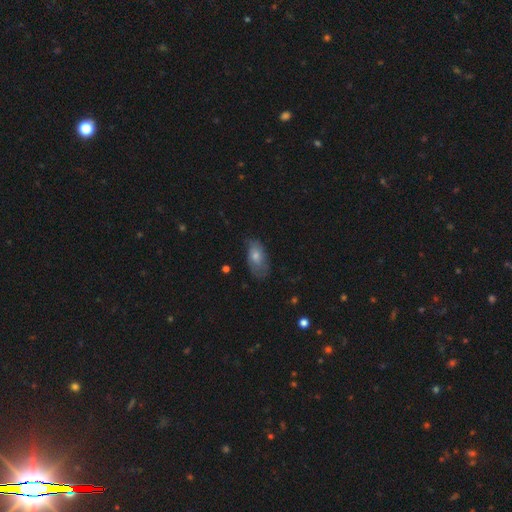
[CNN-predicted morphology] type=smooth (60%); roundness=in between (87%); merging=none (62%).